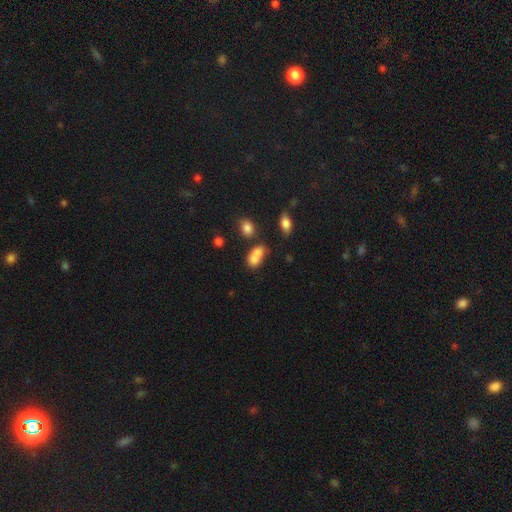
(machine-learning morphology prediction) Smooth or featured: smooth — 76% (featured or disk — 13%)
How rounded: in between — 71% (round — 26%)
Merging: merger — 55% (none — 26%)